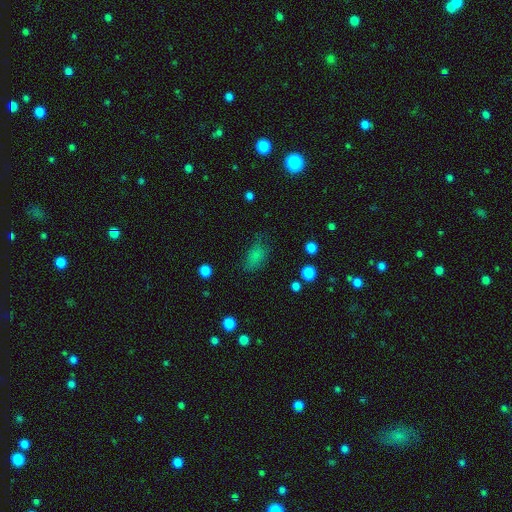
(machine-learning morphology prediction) Smooth or featured?
  - smooth: 77% *
  - star or artifact: 14%
  - featured or disk: 9%
How rounded?
  - in between: 86% *
  - round: 9%
  - cigar-shaped: 5%
Merging?
  - none: 64% *
  - minor disturbance: 23%
  - major disturbance: 11%
  - merger: 2%